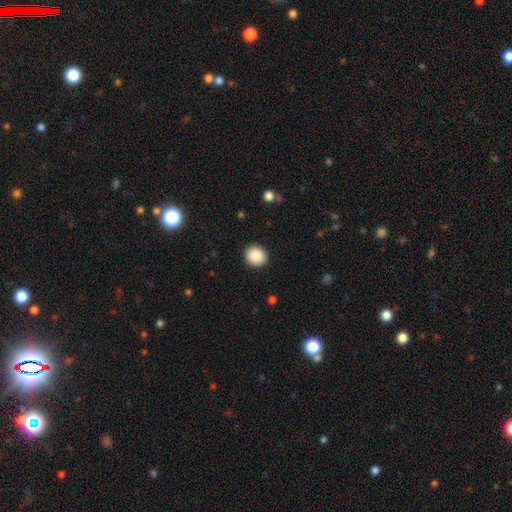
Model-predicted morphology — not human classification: Overall: smooth (89%). How rounded: round (88%). Merging: none (92%).